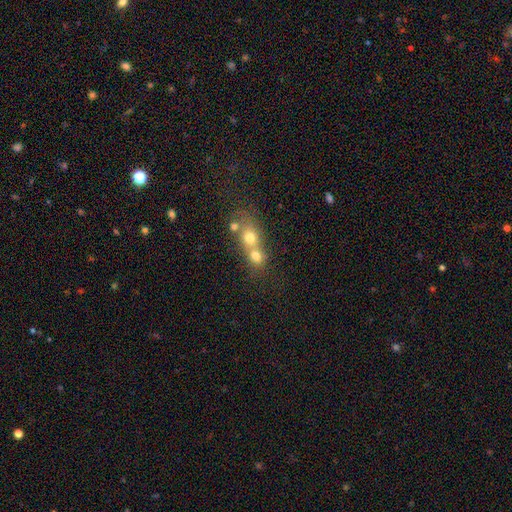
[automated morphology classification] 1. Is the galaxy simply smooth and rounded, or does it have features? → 69% smooth, 19% featured or disk, 13% star or artifact.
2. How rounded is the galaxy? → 62% round, 36% in between, 2% cigar-shaped.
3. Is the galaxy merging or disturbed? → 67% merger, 24% none, 6% minor disturbance, 3% major disturbance.